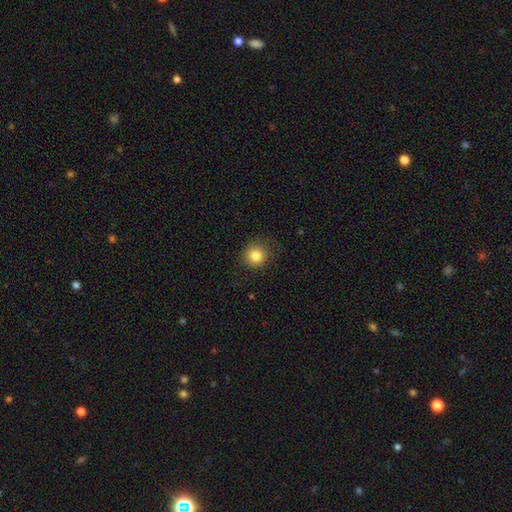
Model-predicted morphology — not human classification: A smooth galaxy with no disk features (83%) that is round (91%). Merging: none (85%).